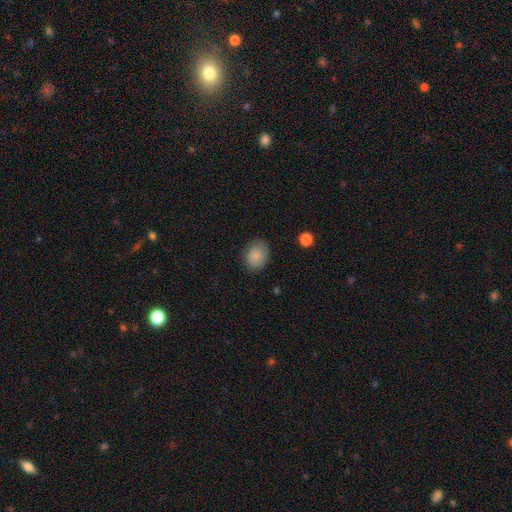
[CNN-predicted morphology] Smooth or featured? smooth (86%)
How rounded? in between (50%)
Merging? none (84%)